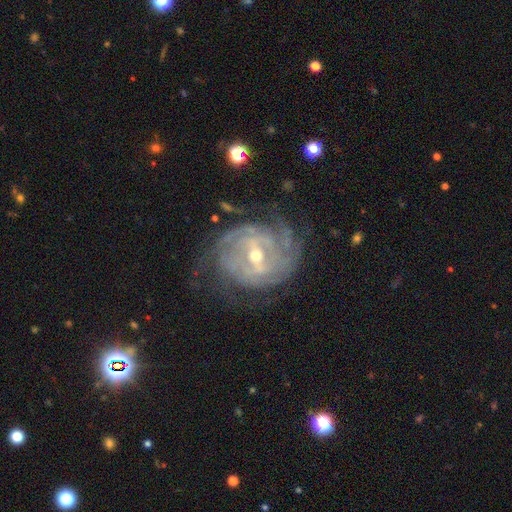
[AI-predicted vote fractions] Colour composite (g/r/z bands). It shows a featured or disk galaxy (89%) with a weak bar (46%), tight (68%) spiral arms (94%) and a small central bulge (52%). Merging: none (68%).